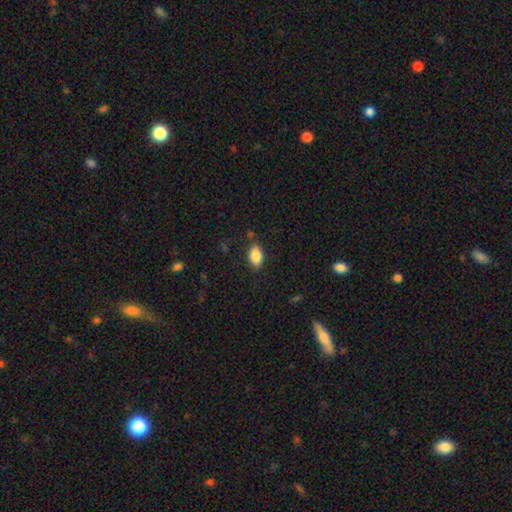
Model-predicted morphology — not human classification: smooth 84%, featured or disk 8%, star or artifact 8%. Down the decision tree: how rounded — in between (91%); merging — none (82%).